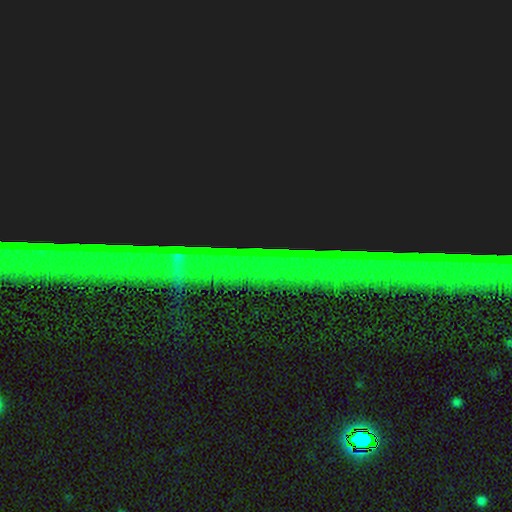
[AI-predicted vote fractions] Smooth or featured: star or artifact — 80% (featured or disk — 11%)